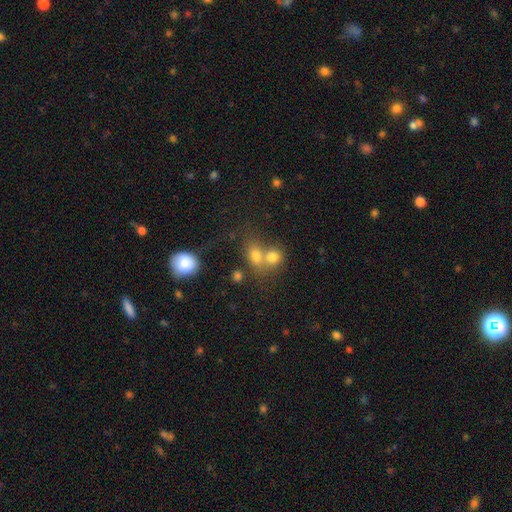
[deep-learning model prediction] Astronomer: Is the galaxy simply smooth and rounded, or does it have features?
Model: smooth — 74%.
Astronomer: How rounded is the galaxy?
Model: in between — 49%, tied with round at 49%.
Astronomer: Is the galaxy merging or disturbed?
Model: merger — 57%.